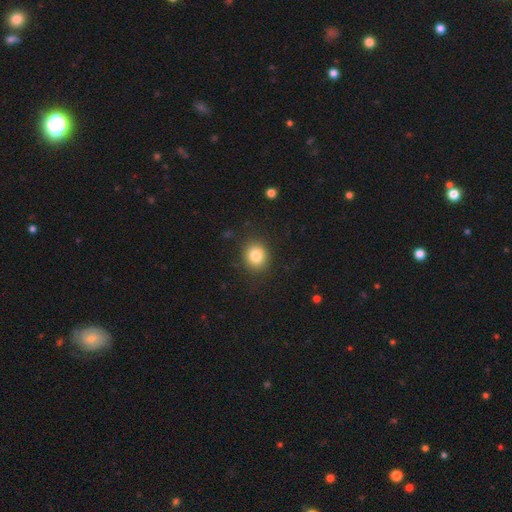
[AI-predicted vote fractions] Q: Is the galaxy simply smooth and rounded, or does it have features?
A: smooth — 82%.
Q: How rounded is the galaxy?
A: round — 79%.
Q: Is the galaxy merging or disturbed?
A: none — 87%.